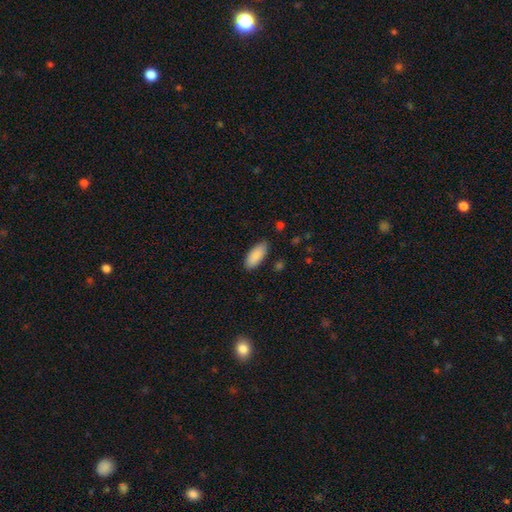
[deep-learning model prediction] Smooth or featured? Predicted: smooth (p=0.90). How rounded? Predicted: in between (p=0.87). Merging? Predicted: none (p=0.86).